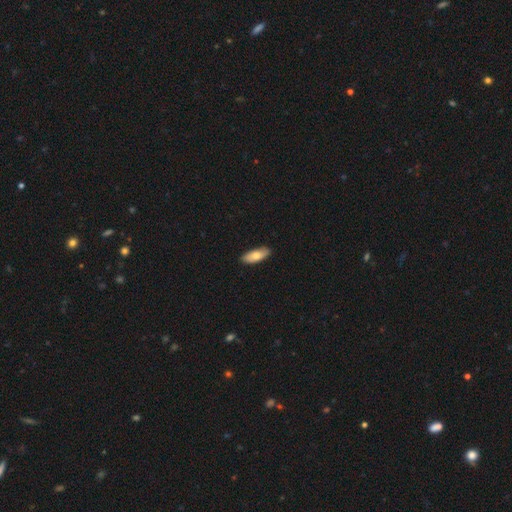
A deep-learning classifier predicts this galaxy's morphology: Overall: smooth (76%). How rounded: in between (77%). Merging: none (87%).